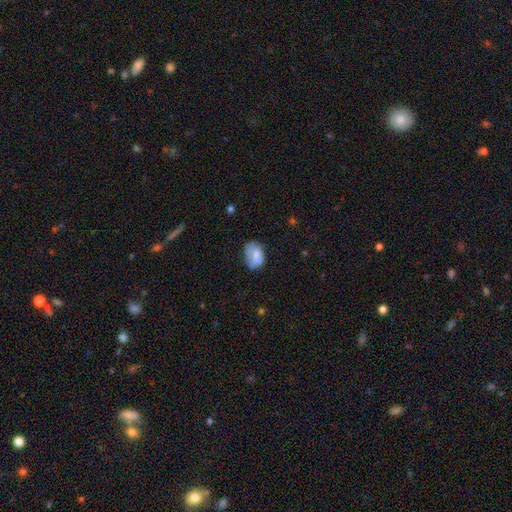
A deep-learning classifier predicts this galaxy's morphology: Overall: smooth (72%). How rounded: in between (77%). Merging: none (51%; minor disturbance 32%).